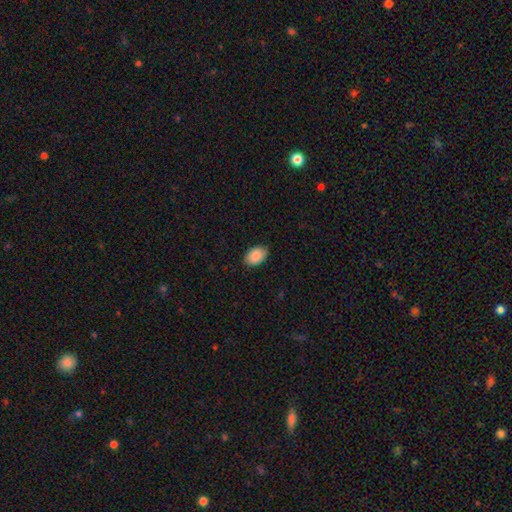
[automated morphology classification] A smooth galaxy with no disk features (90%) that is in between round and cigar-shaped (87%).

Vote fractions:
- Smooth or featured? smooth: 90% / star or artifact: 7% / featured or disk: 4%
- How rounded? in between: 87% / round: 12% / cigar-shaped: 1%
- Merging? none: 83% / minor disturbance: 14% / major disturbance: 2% / merger: 1%